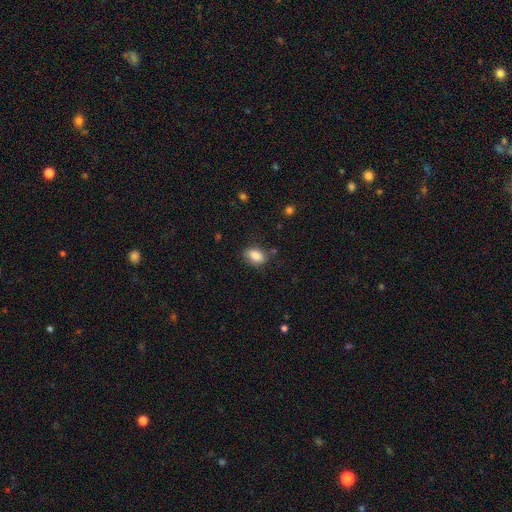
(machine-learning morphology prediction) Smooth or featured?
  - smooth: 87% *
  - star or artifact: 8%
  - featured or disk: 5%
How rounded?
  - in between: 87% *
  - round: 10%
  - cigar-shaped: 2%
Merging?
  - none: 75% *
  - minor disturbance: 18%
  - major disturbance: 4%
  - merger: 2%